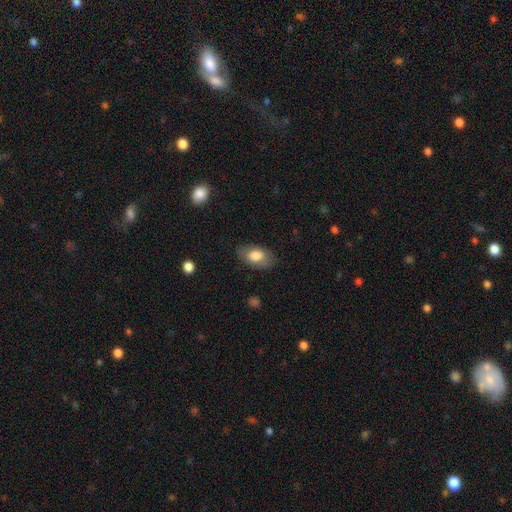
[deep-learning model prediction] Smooth or featured?
  - smooth: 77% *
  - featured or disk: 17%
  - star or artifact: 7%
How rounded?
  - in between: 92% *
  - round: 6%
  - cigar-shaped: 2%
Merging?
  - none: 81% *
  - minor disturbance: 14%
  - major disturbance: 4%
  - merger: 1%